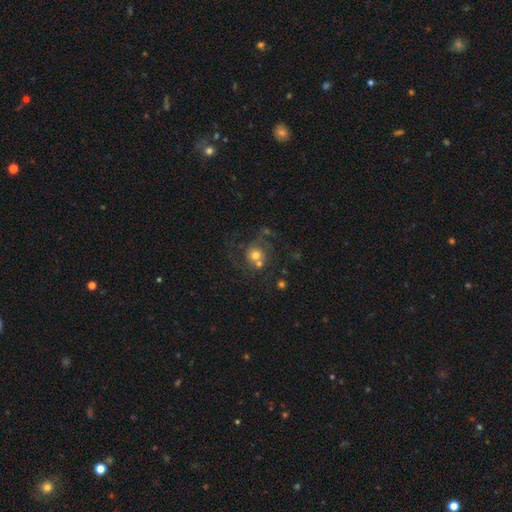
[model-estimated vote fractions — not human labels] Overall: smooth (44%; featured or disk 43%). Merging: none (47%; merger 21%).